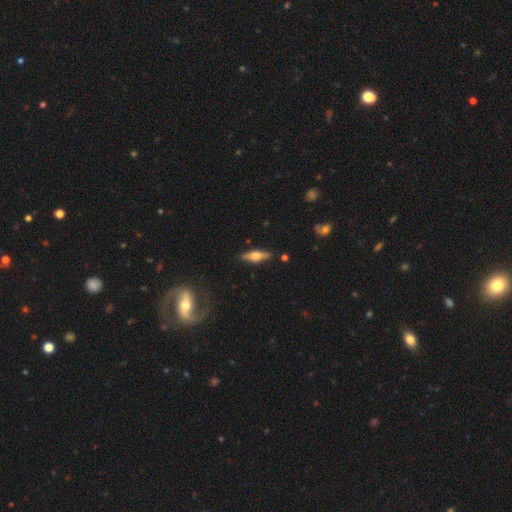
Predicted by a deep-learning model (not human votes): A featured or disk galaxy (53%) viewed edge-on (93%). Merging: none (85%).